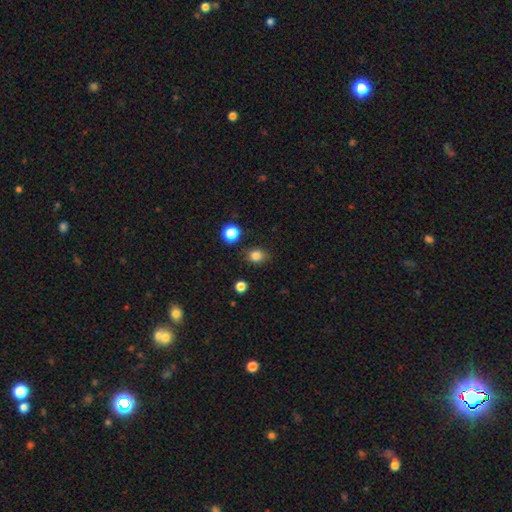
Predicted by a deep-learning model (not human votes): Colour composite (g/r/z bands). It shows a smooth galaxy with no disk features (84%) that is round (64%). Merging: none (83%).